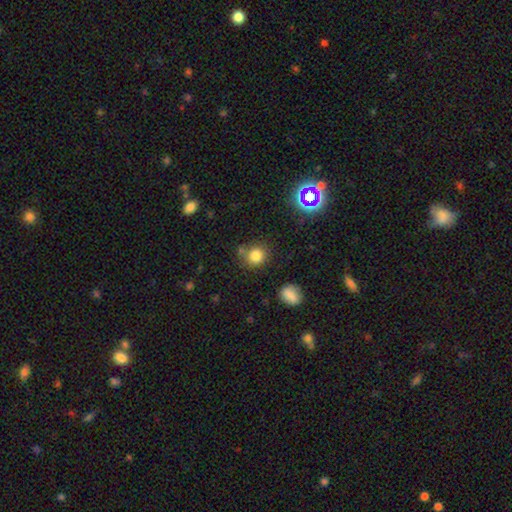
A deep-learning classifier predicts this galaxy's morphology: smooth_or_featured: smooth (p=0.80) [alt: star or artifact p=0.14]
how_rounded: round (p=0.85) [alt: in between p=0.14]
merging: none (p=0.71) [alt: minor disturbance p=0.13]